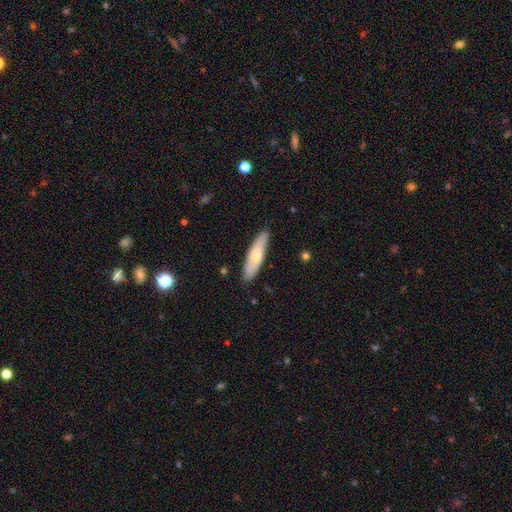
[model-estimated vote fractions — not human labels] A smooth galaxy with no disk features (65%) that is cigar-shaped (66%).

Vote fractions:
- Smooth or featured? smooth: 65% / featured or disk: 29% / star or artifact: 5%
- How rounded? cigar-shaped: 66% / in between: 32% / round: 2%
- Merging? none: 86% / minor disturbance: 11% / major disturbance: 2% / merger: 1%